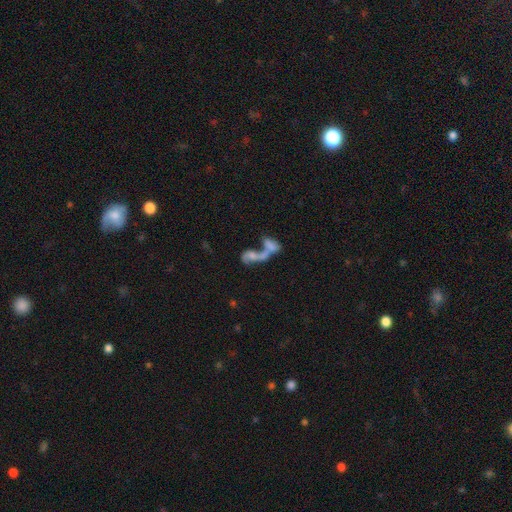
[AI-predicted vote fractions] Smooth or featured? Predicted: featured or disk (p=0.49). Merging? Predicted: merger (p=0.71).